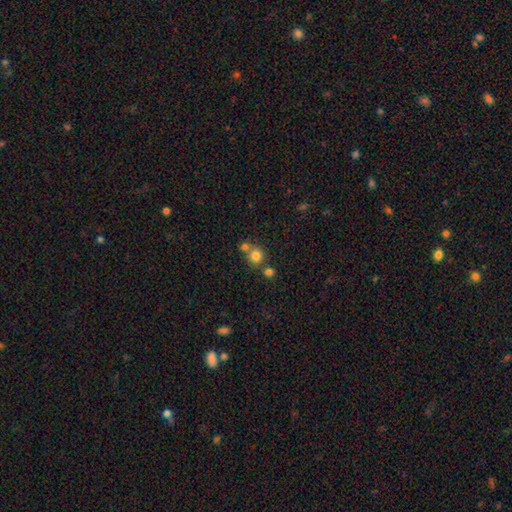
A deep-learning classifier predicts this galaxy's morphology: Smooth or featured: smooth — 79% (star or artifact — 13%)
How rounded: round — 89% (in between — 10%)
Merging: none — 59% (merger — 30%)